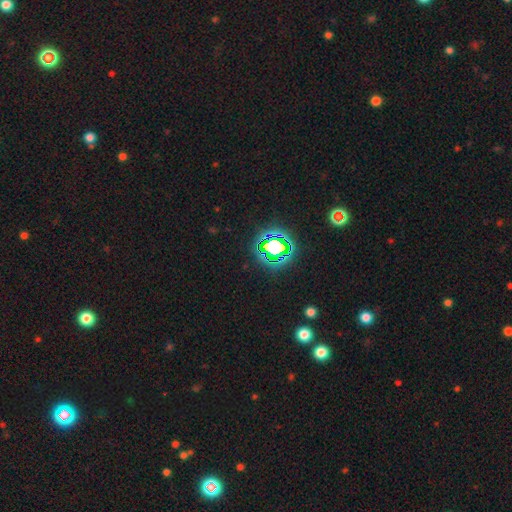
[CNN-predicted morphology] A star or artifact, not a galaxy (81%).

Vote fractions:
- Smooth or featured? star or artifact: 81% / smooth: 13% / featured or disk: 6%